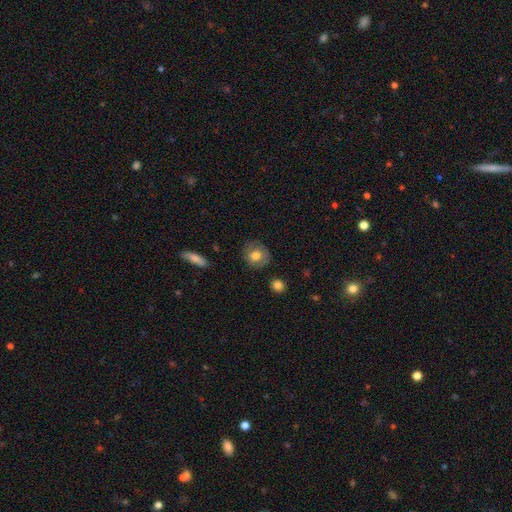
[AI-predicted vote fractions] Smooth or featured? Predicted: smooth (p=0.70). How rounded? Predicted: round (p=0.80). Merging? Predicted: none (p=0.80).